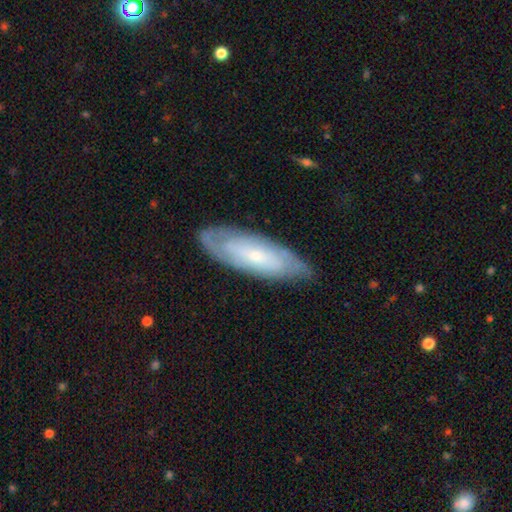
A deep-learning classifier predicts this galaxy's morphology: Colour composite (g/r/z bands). It shows a featured or disk galaxy (61%). Merging: none (77%).